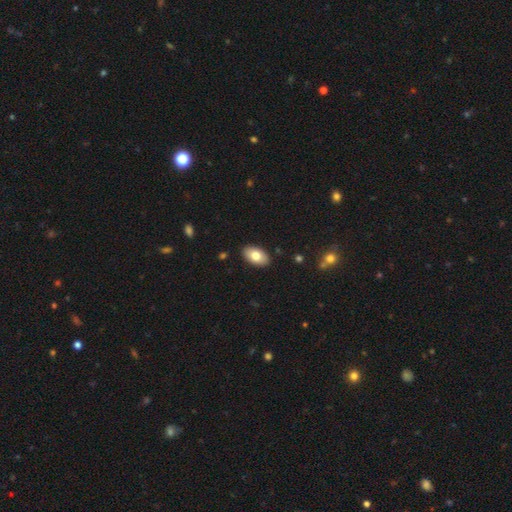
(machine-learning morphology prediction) This appears to be a smooth galaxy with no disk features (78%) that is in between round and cigar-shaped (94%). Merging: none (90%).